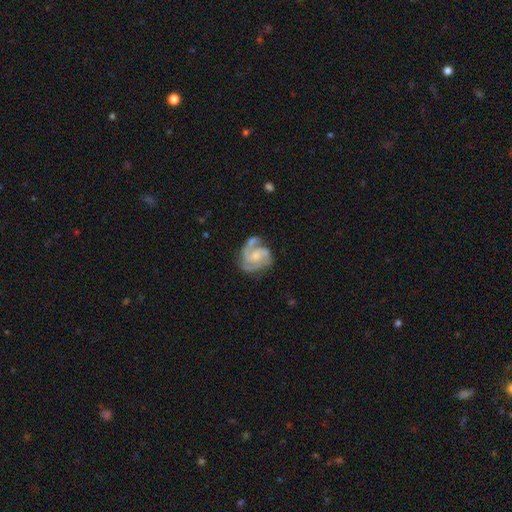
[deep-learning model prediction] Smooth or featured: featured or disk — 87% (smooth — 8%)
Edge-on disk: no — 98% (yes — 2%)
Bar: no — 61% (weak — 33%)
Spiral arms: yes — 97% (no — 3%)
Spiral winding: medium — 48% (tight — 42%)
Spiral arm count: 3 — 54% (2 — 27%)
Bulge size: moderate — 44% (small — 37%)
Merging: none — 61% (minor disturbance — 22%)